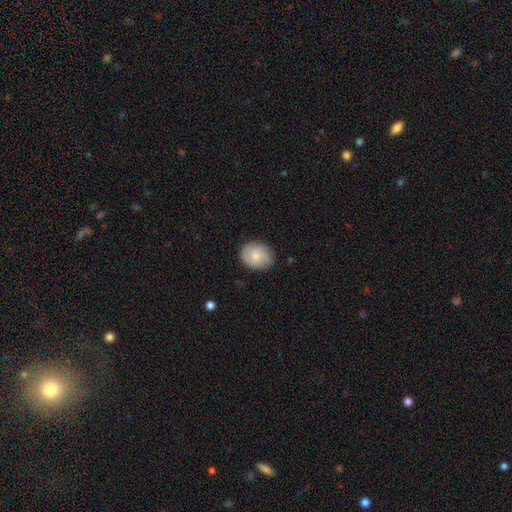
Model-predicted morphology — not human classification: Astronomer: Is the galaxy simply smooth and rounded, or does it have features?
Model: smooth — 62%.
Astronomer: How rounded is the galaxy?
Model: round — 51% (runner-up: in between, 48%).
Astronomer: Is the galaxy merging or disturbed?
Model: none — 82%.